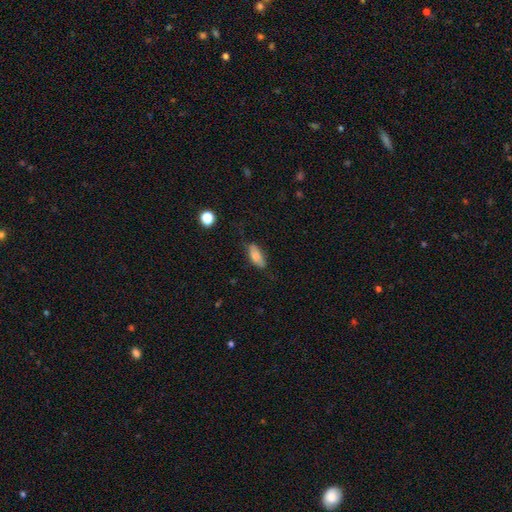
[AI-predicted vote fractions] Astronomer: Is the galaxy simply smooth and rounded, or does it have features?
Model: smooth — 77%.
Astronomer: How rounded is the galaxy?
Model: in between — 81%.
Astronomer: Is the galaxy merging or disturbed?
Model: none — 62%.